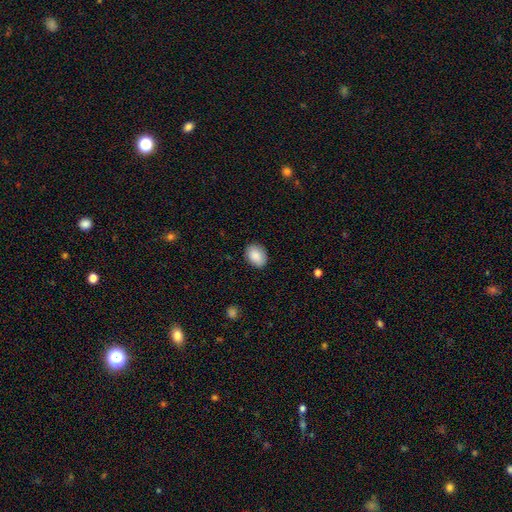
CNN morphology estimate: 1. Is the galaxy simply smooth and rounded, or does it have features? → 89% smooth, 7% star or artifact, 5% featured or disk.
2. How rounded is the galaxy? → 76% in between, 23% round, 1% cigar-shaped.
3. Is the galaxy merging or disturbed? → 86% none, 11% minor disturbance, 2% major disturbance, 1% merger.